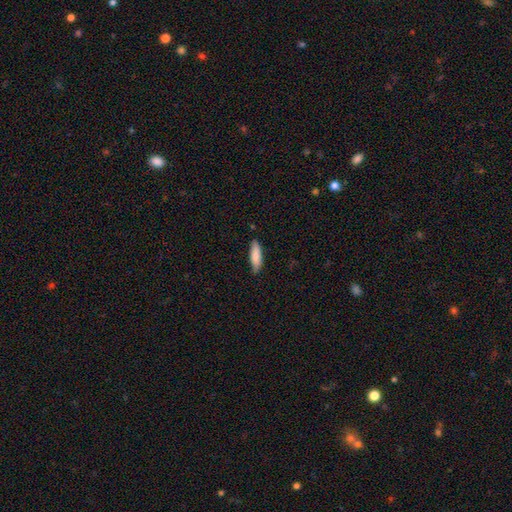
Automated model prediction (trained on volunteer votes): This appears to be a smooth galaxy with no disk features (86%) that is cigar-shaped (52%). Merging: none (78%).